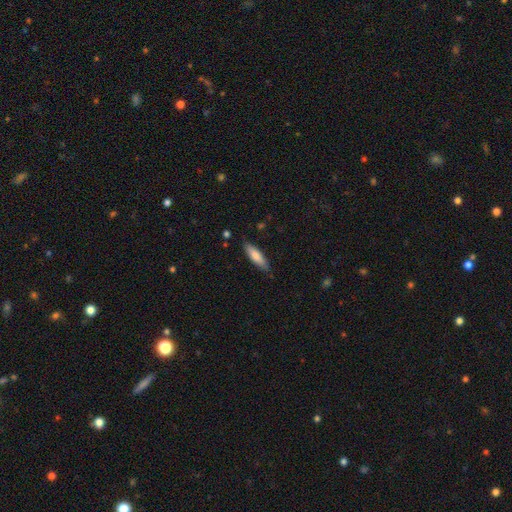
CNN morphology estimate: A smooth galaxy with no disk features (78%) that is cigar-shaped (61%). Merging: none (82%).